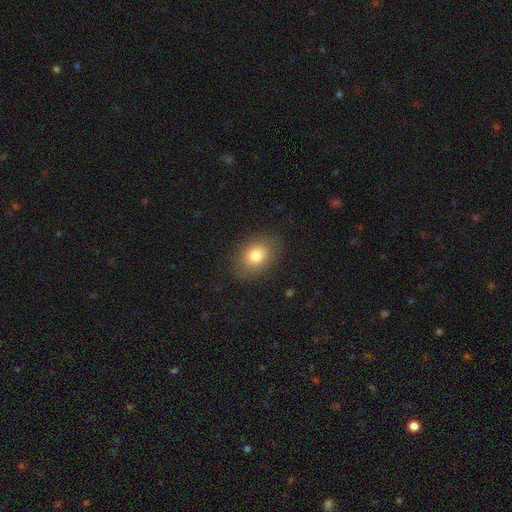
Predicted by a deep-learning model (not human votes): The model was most divided on "how rounded": in between: 70%, round: 29%, cigar-shaped: 1%. More confident: merging — none (84%); smooth or featured — smooth (79%).